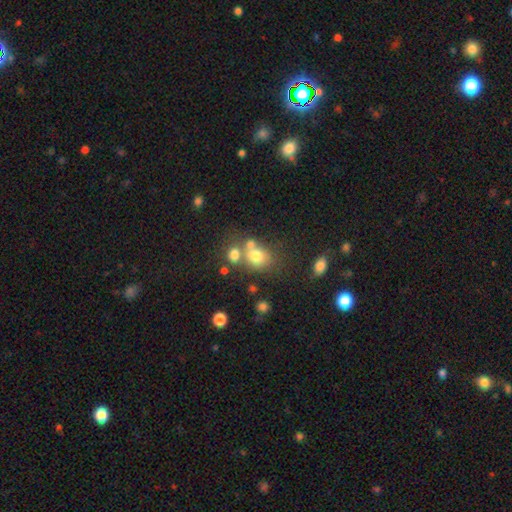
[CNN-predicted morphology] A smooth galaxy with no disk features (72%) that is round (60%). Merging: none (43%).